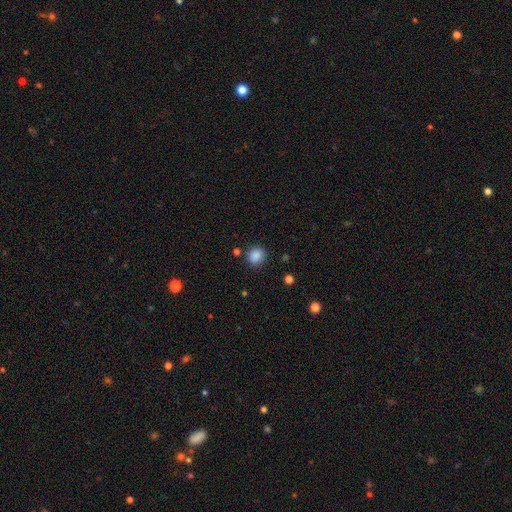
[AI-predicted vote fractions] smooth 86%, star or artifact 10%, featured or disk 3%. Down the decision tree: how rounded — round (83%); merging — none (85%).